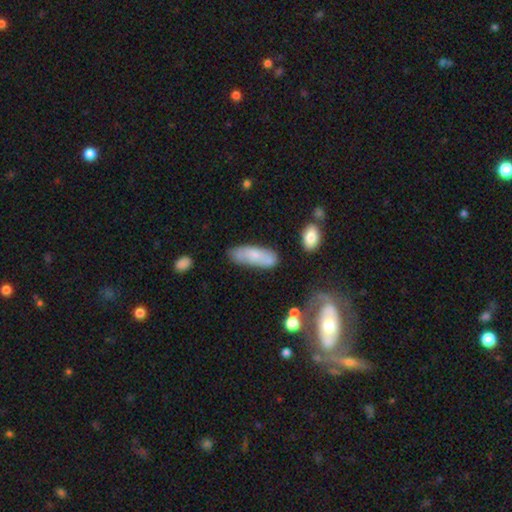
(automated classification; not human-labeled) smooth 62%, featured or disk 31%, star or artifact 7%. Down the decision tree: how rounded — in between (62%); merging — none (64%).